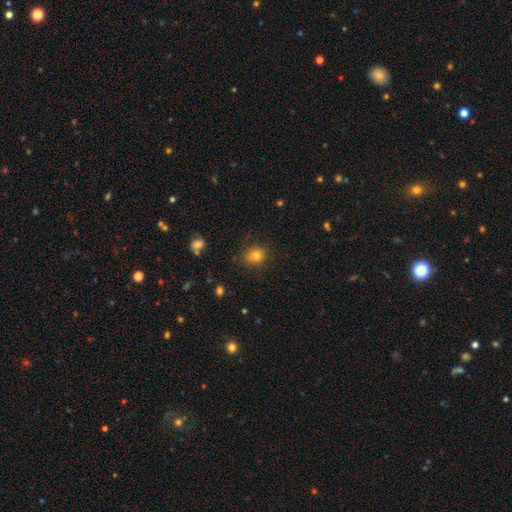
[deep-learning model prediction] smooth 81%, star or artifact 13%, featured or disk 7%. Down the decision tree: how rounded — round (79%); merging — none (85%).